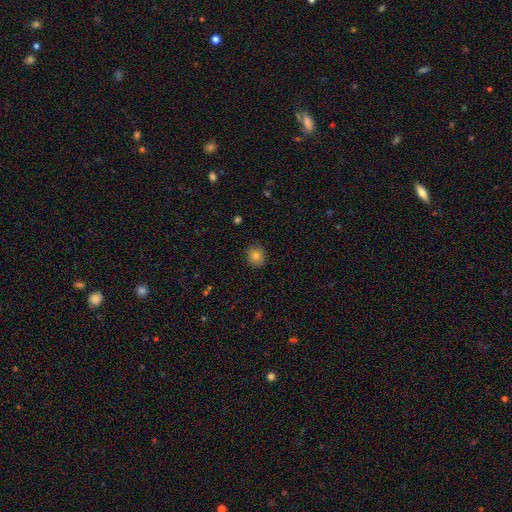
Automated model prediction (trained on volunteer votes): This appears to be a smooth galaxy with no disk features (81%) that is round (86%). Merging: none (88%).